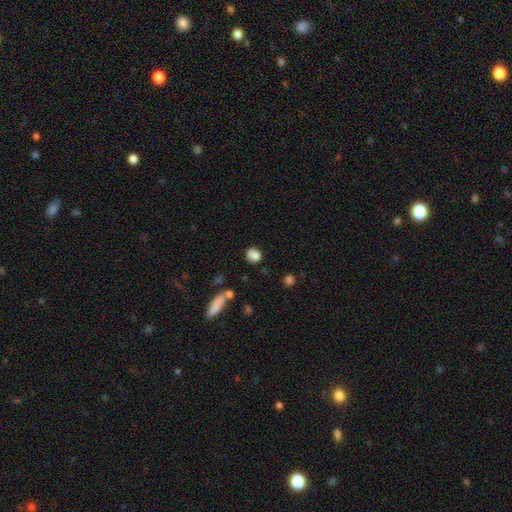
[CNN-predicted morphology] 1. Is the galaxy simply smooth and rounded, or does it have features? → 83% smooth, 11% star or artifact, 6% featured or disk.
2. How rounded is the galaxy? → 68% round, 30% in between, 2% cigar-shaped.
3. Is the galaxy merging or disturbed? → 69% none, 18% minor disturbance, 7% merger, 5% major disturbance.